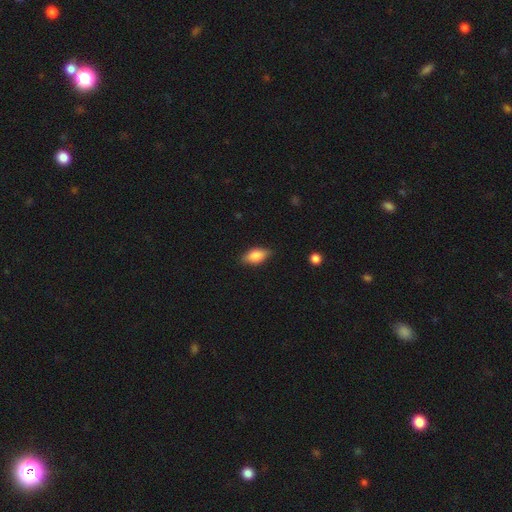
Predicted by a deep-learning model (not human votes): smooth_or_featured: smooth (p=0.82) [alt: featured or disk p=0.11]
how_rounded: in between (p=0.89) [alt: cigar-shaped p=0.07]
merging: none (p=0.82) [alt: minor disturbance p=0.14]